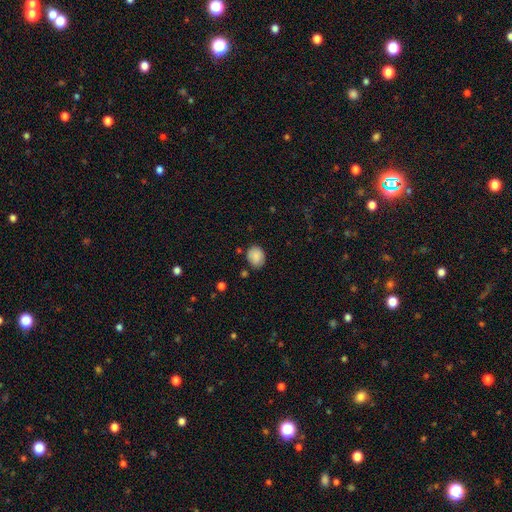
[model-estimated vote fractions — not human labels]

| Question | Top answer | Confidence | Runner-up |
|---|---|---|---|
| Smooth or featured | smooth | 86% | star or artifact (8%) |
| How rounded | round | 53% | in between (46%) |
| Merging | none | 77% | minor disturbance (16%) |